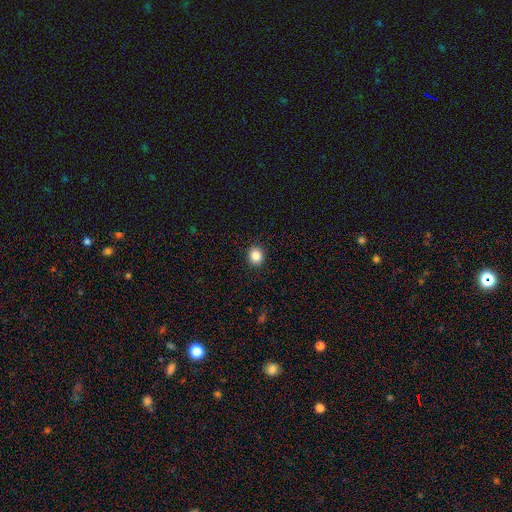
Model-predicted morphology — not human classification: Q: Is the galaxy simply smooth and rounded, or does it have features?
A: smooth — 86%.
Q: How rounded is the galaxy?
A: round — 79%.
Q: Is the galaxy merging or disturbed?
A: none — 91%.